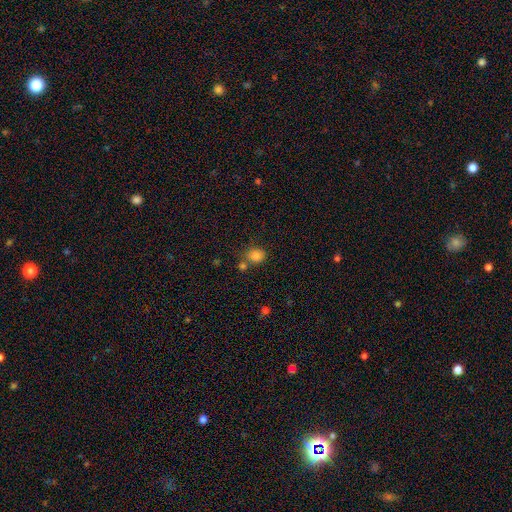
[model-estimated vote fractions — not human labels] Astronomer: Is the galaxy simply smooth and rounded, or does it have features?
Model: smooth — 84%.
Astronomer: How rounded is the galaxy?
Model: round — 60% (runner-up: in between, 39%).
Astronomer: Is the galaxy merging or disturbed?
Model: none — 65%.